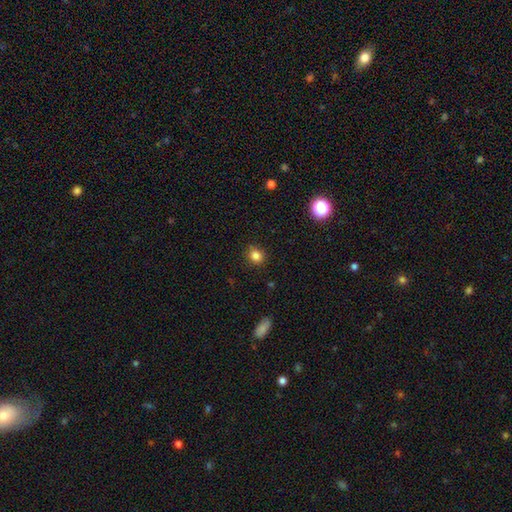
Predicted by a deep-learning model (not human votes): Overall: smooth (83%). How rounded: round (76%). Merging: none (87%).